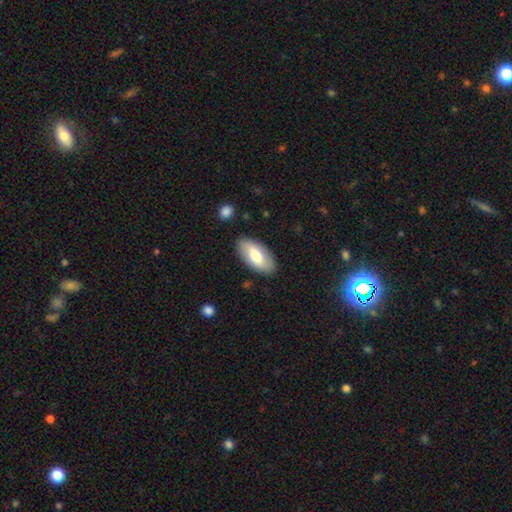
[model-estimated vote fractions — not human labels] This appears to be a smooth galaxy with no disk features (67%) that is in between round and cigar-shaped (93%). Merging: none (85%).